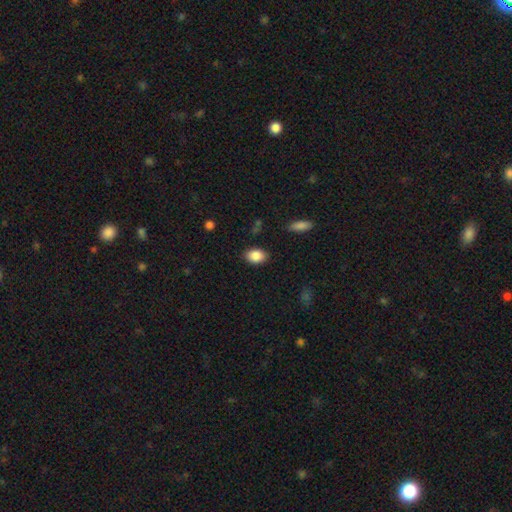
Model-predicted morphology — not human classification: A smooth galaxy with no disk features (87%) that is in between round and cigar-shaped (80%). Merging: none (86%).